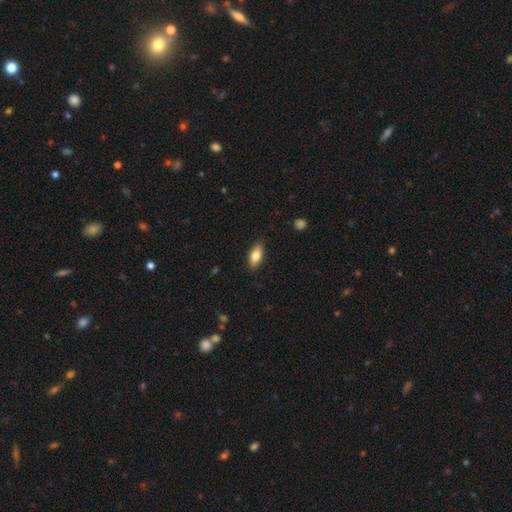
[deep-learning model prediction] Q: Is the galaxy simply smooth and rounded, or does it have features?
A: smooth — 78%.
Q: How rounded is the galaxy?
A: in between — 84%.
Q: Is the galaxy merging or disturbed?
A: none — 86%.